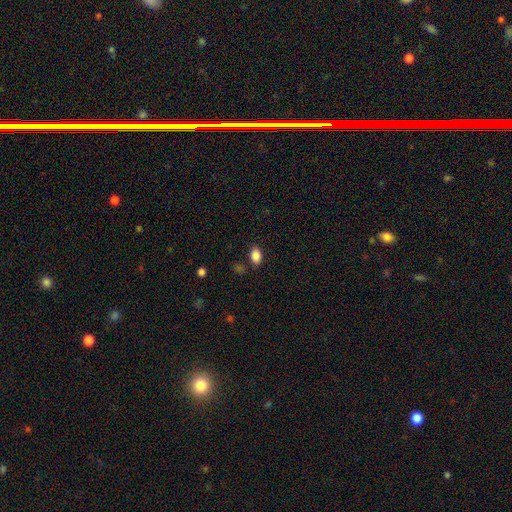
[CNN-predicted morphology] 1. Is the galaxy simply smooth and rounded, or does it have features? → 87% smooth, 9% star or artifact, 4% featured or disk.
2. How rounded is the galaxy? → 89% in between, 10% round, 2% cigar-shaped.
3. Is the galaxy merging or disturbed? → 82% none, 12% minor disturbance, 3% merger, 3% major disturbance.